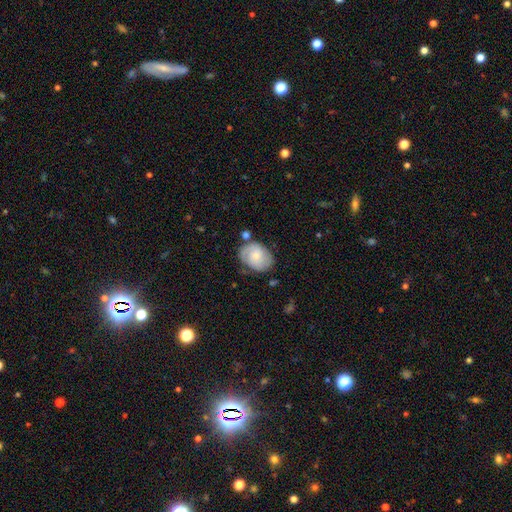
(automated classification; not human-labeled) This appears to be a featured or disk galaxy (51%). Merging: none (66%).